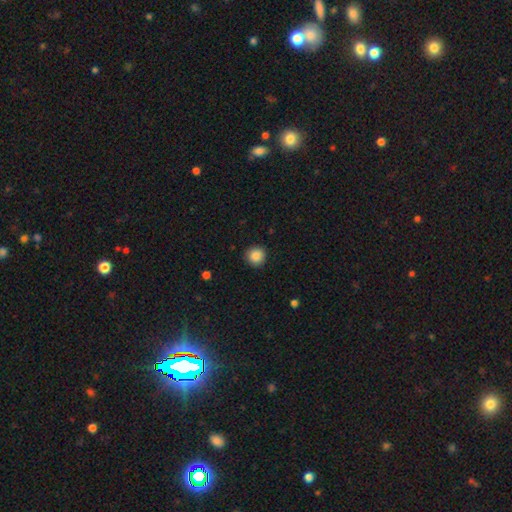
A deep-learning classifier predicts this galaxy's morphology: type=smooth (86%); roundness=round (94%); merging=none (91%).